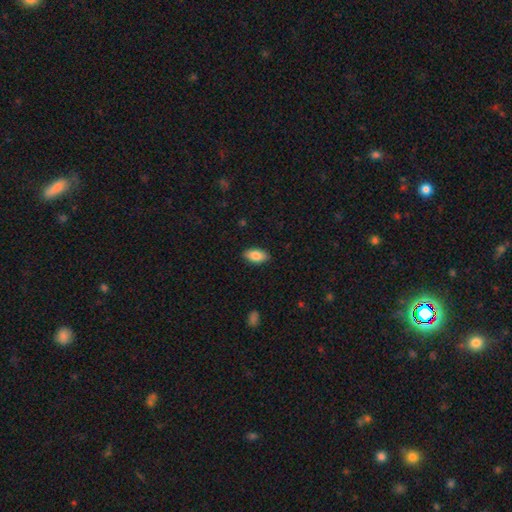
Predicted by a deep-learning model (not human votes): Smooth or featured? Predicted: smooth (p=0.84). How rounded? Predicted: in between (p=0.93). Merging? Predicted: none (p=0.88).